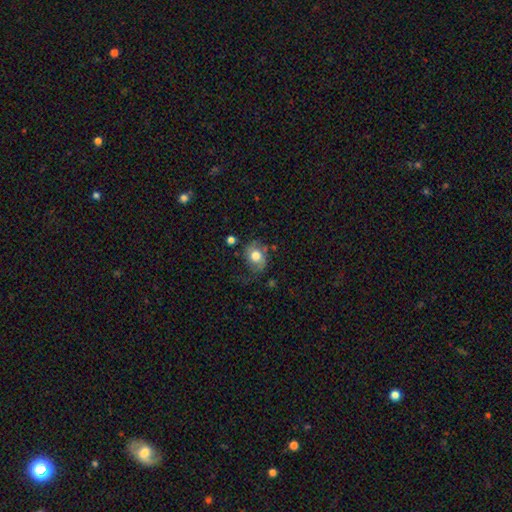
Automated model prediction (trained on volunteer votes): This appears to be a smooth galaxy with no disk features (62%) that is in between round and cigar-shaped (53%). Merging: none (52%).